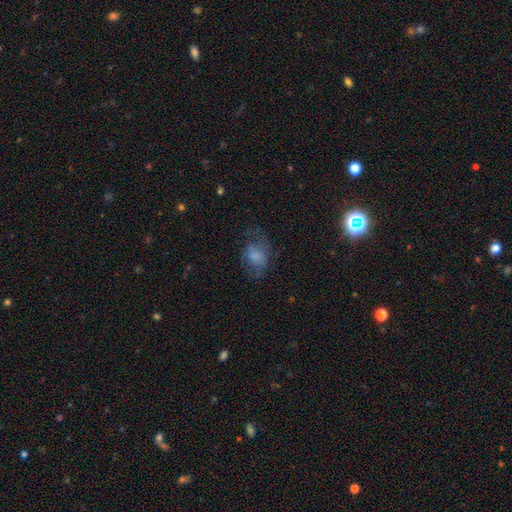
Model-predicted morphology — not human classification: Smooth or featured?
  - smooth: 53% *
  - featured or disk: 35%
  - star or artifact: 11%
How rounded?
  - in between: 64% *
  - round: 34%
  - cigar-shaped: 1%
Merging?
  - none: 43% *
  - major disturbance: 31%
  - minor disturbance: 24%
  - merger: 2%